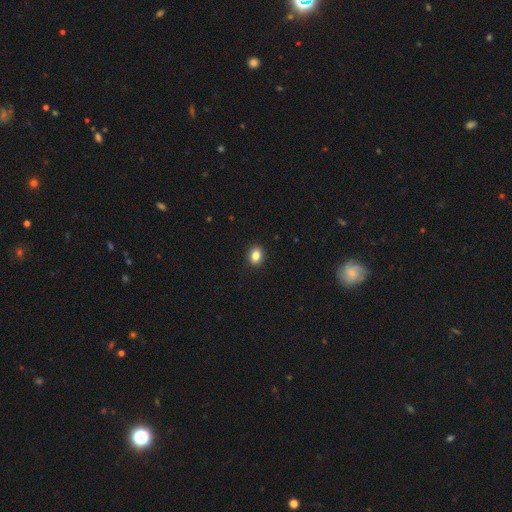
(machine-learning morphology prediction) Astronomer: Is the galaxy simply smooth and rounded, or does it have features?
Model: smooth — 84%.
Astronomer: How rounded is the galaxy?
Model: in between — 50% (runner-up: round, 49%).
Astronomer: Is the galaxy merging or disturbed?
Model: none — 92%.